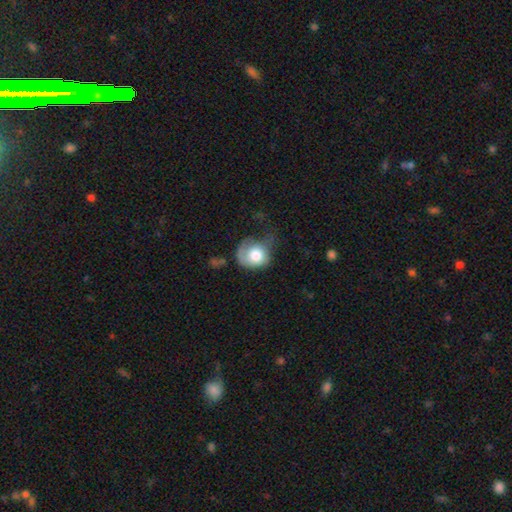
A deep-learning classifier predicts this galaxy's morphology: Smooth or featured?
  - smooth: 70% *
  - featured or disk: 23%
  - star or artifact: 7%
How rounded?
  - round: 72% *
  - in between: 28%
  - cigar-shaped: 1%
Merging?
  - major disturbance: 39% *
  - minor disturbance: 30%
  - none: 27%
  - merger: 4%